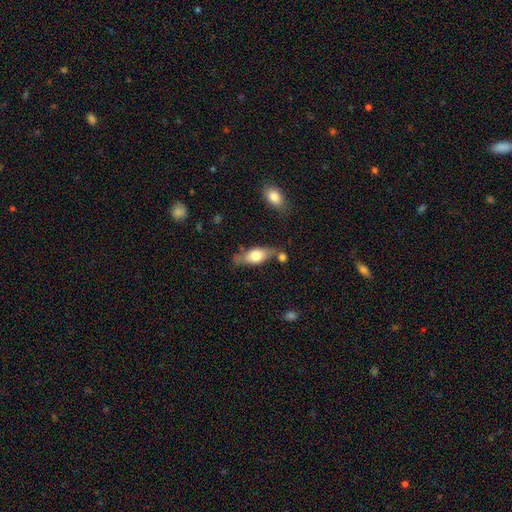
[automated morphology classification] smooth 61%, featured or disk 33%, star or artifact 6%. Down the decision tree: how rounded — in between (73%); merging — none (65%).